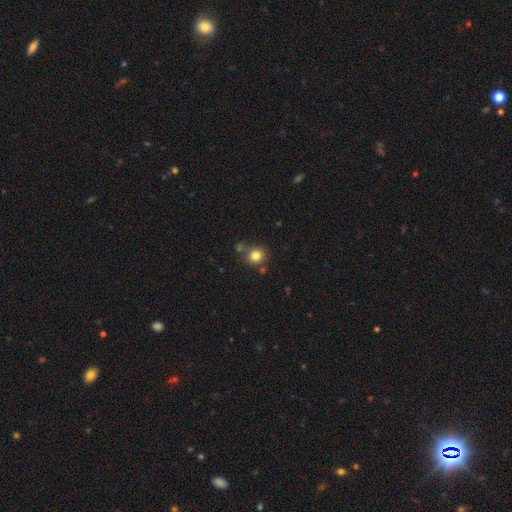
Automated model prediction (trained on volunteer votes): smooth-or-featured: smooth: 81% | star or artifact: 12% | featured or disk: 7%
  how-rounded: round: 86% | in between: 13% | cigar-shaped: 1%
  merging: none: 72% | merger: 12% | minor disturbance: 12% | major disturbance: 4%